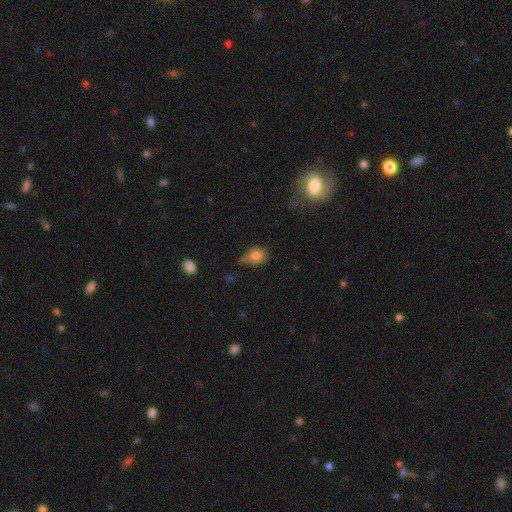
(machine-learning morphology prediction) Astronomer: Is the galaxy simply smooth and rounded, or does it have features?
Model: smooth — 77%.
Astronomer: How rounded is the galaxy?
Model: round — 56% (runner-up: in between, 42%).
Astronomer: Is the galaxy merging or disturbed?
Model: none — 46% (runner-up: minor disturbance, 33%).